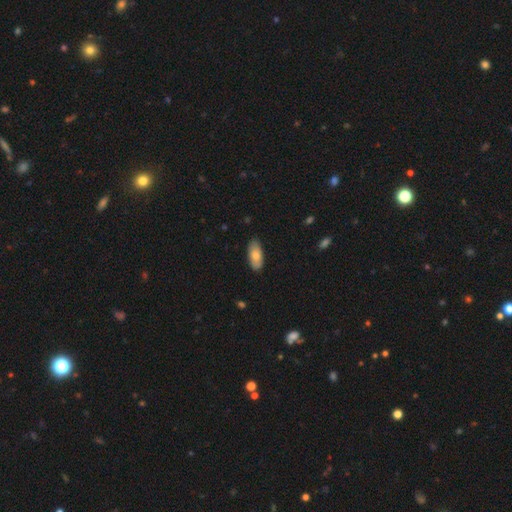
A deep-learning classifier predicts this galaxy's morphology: The model was most divided on "smooth or featured": smooth: 75%, featured or disk: 20%, star or artifact: 6%. More confident: how rounded — in between (89%); merging — none (85%).